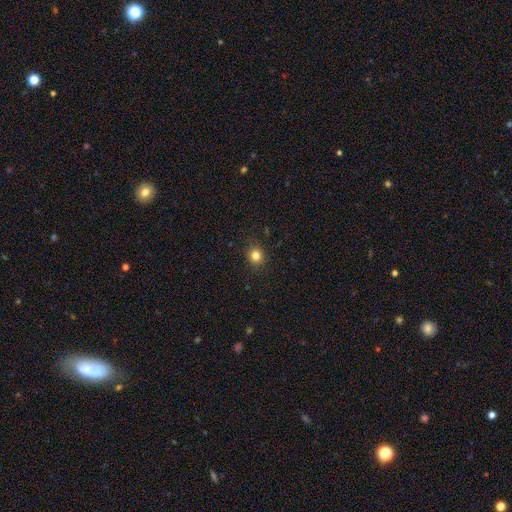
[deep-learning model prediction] This appears to be a smooth galaxy with no disk features (82%) that is round (85%). Merging: none (89%).